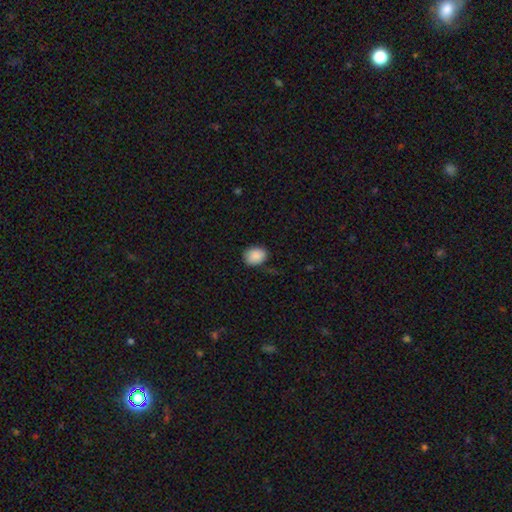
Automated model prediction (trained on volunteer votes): Smooth or featured? Predicted: smooth (p=0.89). How rounded? Predicted: in between (p=0.58). Merging? Predicted: none (p=0.79).